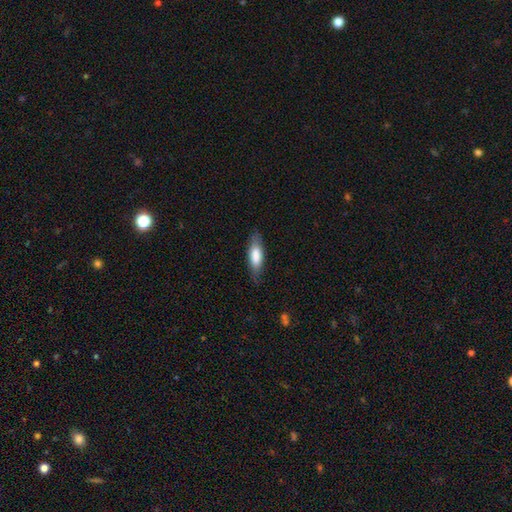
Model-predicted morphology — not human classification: A smooth galaxy with no disk features (73%) that is in between round and cigar-shaped (53%). Merging: none (79%).